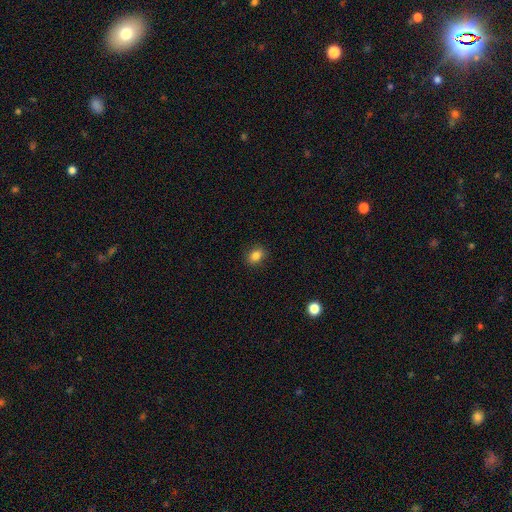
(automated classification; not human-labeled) A smooth galaxy with no disk features (84%) that is in between round and cigar-shaped (57%).

Vote fractions:
- Smooth or featured? smooth: 84% / star or artifact: 10% / featured or disk: 6%
- How rounded? in between: 57% / round: 42% / cigar-shaped: 1%
- Merging? none: 88% / minor disturbance: 9% / major disturbance: 2% / merger: 1%